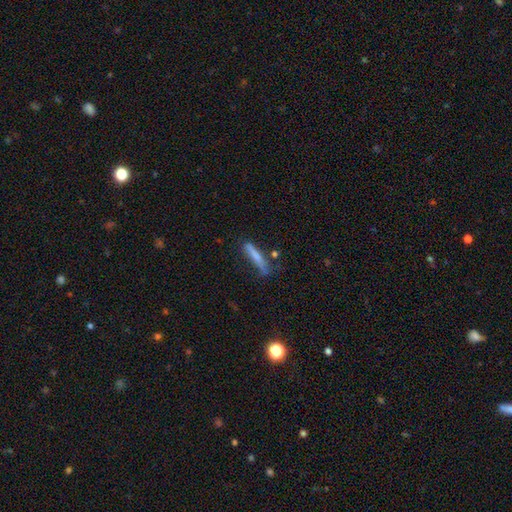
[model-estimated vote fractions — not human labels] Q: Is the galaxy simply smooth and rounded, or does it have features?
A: smooth — 70%.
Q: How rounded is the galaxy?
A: cigar-shaped — 91%.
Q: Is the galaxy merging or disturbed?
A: none — 64%.